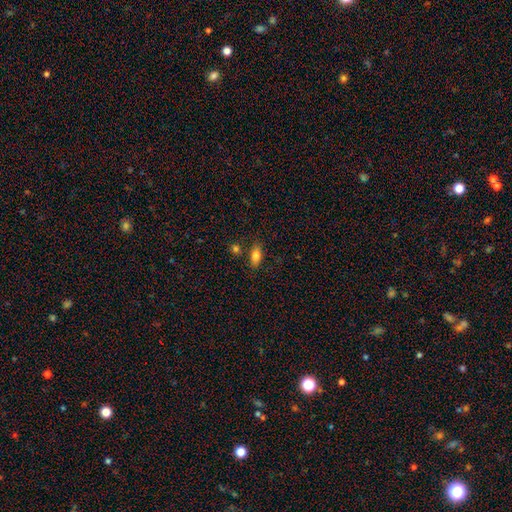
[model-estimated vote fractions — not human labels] Smooth or featured: smooth — 82% (featured or disk — 10%)
How rounded: in between — 86% (cigar-shaped — 9%)
Merging: none — 78% (minor disturbance — 12%)